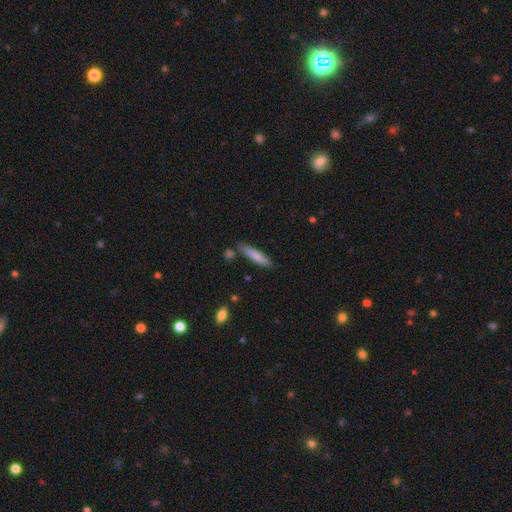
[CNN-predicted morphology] smooth 80%, featured or disk 14%, star or artifact 6%. Down the decision tree: how rounded — cigar-shaped (85%); merging — none (79%).